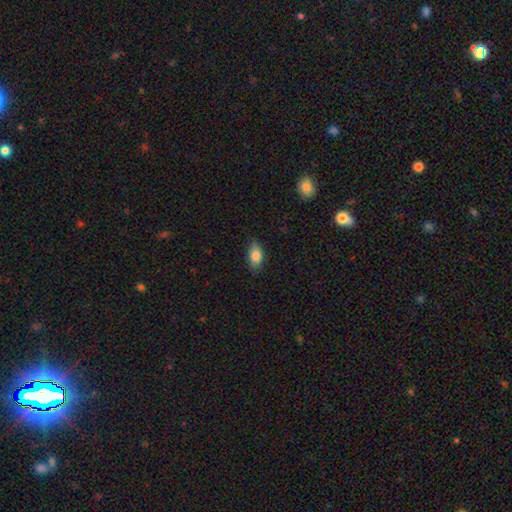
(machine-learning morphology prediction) smooth-or-featured: smooth: 82% | featured or disk: 10% | star or artifact: 8%
  how-rounded: in between: 87% | round: 7% | cigar-shaped: 6%
  merging: none: 75% | minor disturbance: 20% | major disturbance: 3% | merger: 1%